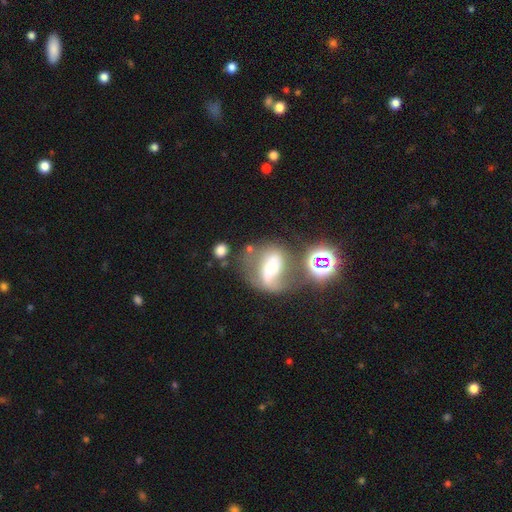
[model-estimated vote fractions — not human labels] smooth-or-featured: featured or disk: 61% | smooth: 22% | star or artifact: 17%
  disk-edge-on: no: 93% | yes: 7%
    bar: strong: 43% | weak: 33% | no: 24%
    has-spiral-arms: yes: 72% | no: 28%
    bulge-size: moderate: 48% | small: 32% | large: 12% | none: 5% | dominant: 3%
  merging: none: 46% | major disturbance: 19% | minor disturbance: 19% | merger: 16%